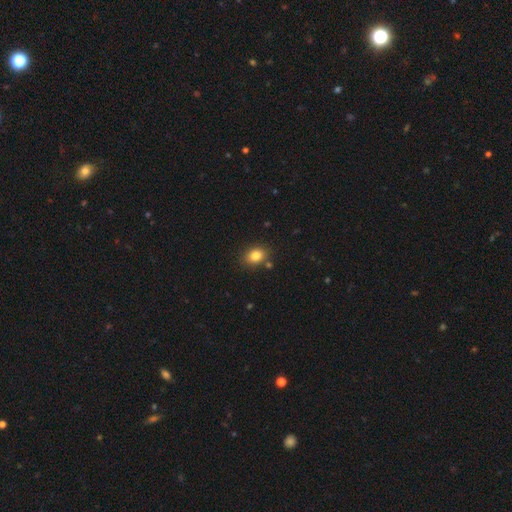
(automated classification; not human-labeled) Smooth or featured: smooth — 83% (star or artifact — 10%)
How rounded: in between — 58% (round — 41%)
Merging: none — 81% (minor disturbance — 11%)